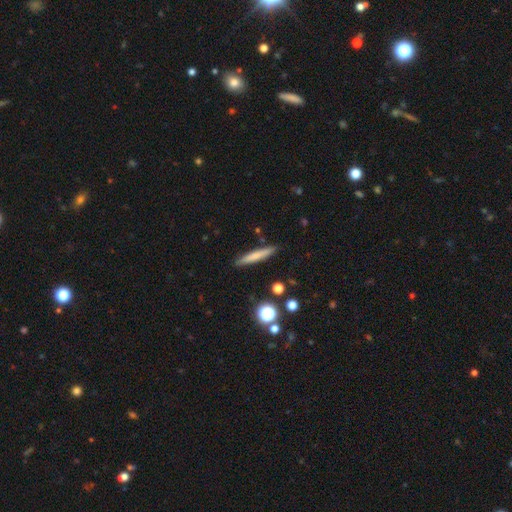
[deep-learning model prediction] Morphology: type=smooth (69%); roundness=cigar-shaped (93%); merging=none (89%).